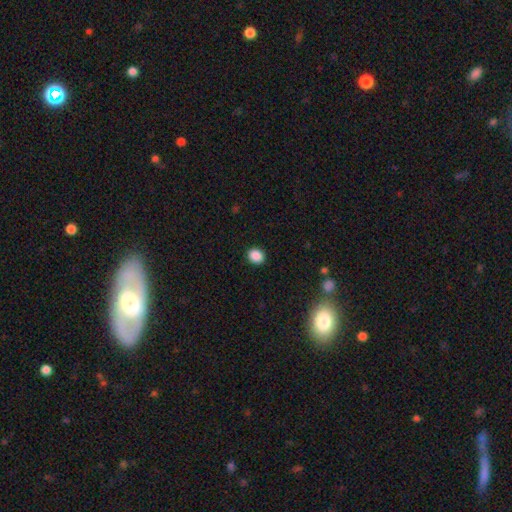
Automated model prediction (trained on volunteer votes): Smooth or featured?
  - smooth: 88% *
  - star or artifact: 9%
  - featured or disk: 3%
How rounded?
  - round: 64% *
  - in between: 35%
  - cigar-shaped: 1%
Merging?
  - none: 90% *
  - minor disturbance: 7%
  - major disturbance: 2%
  - merger: 1%